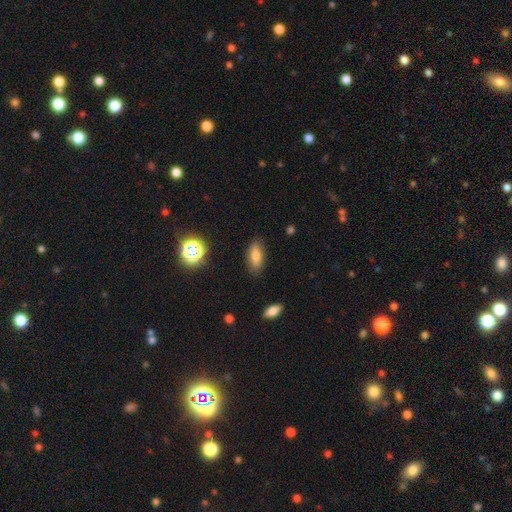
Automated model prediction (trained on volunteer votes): Smooth or featured? smooth (75%)
How rounded? in between (74%)
Merging? none (85%)